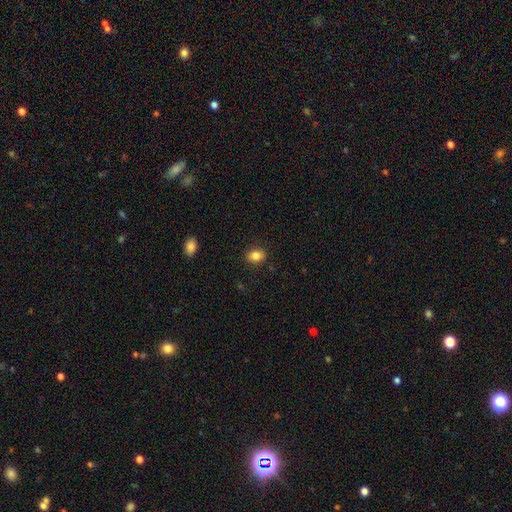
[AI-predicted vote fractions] smooth_or_featured: smooth (p=0.84) [alt: star or artifact p=0.09]
how_rounded: in between (p=0.68) [alt: round p=0.30]
merging: none (p=0.88) [alt: minor disturbance p=0.09]